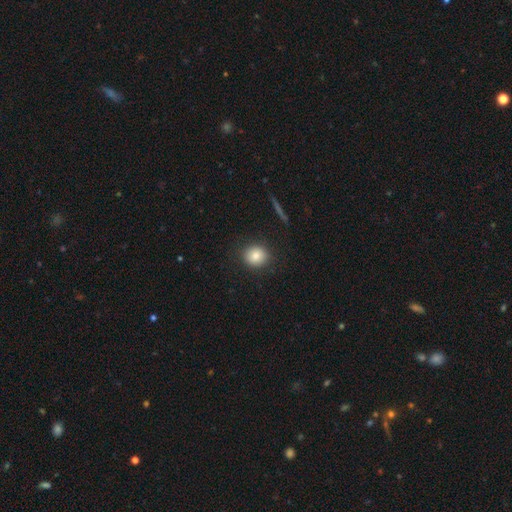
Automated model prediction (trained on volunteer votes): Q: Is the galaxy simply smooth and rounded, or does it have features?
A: smooth — 83%.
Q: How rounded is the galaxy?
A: round — 84%.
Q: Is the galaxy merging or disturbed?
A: none — 89%.